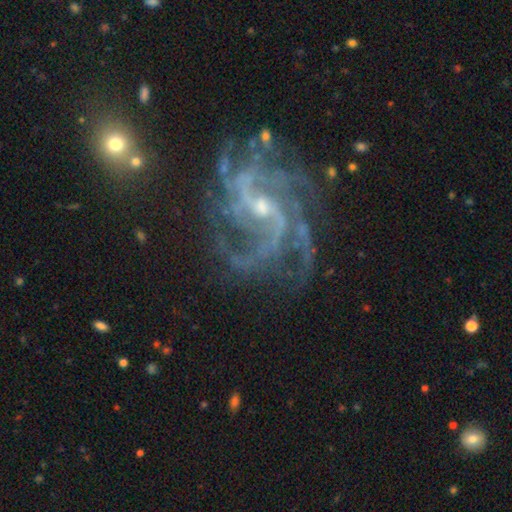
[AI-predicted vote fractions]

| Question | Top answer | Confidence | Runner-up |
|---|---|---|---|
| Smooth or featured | featured or disk | 89% | star or artifact (8%) |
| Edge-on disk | no | 98% | yes (2%) |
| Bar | weak | 48% | no (32%) |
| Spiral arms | yes | 98% | no (2%) |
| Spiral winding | medium | 50% | tight (35%) |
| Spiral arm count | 4 | 25% | 3 (20%) |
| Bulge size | small | 72% | moderate (22%) |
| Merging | none | 69% | minor disturbance (16%) |